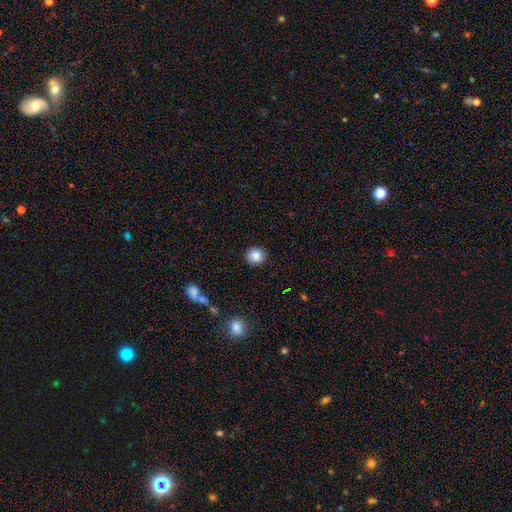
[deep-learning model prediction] Smooth or featured? Predicted: smooth (p=0.87). How rounded? Predicted: round (p=0.88). Merging? Predicted: none (p=0.88).